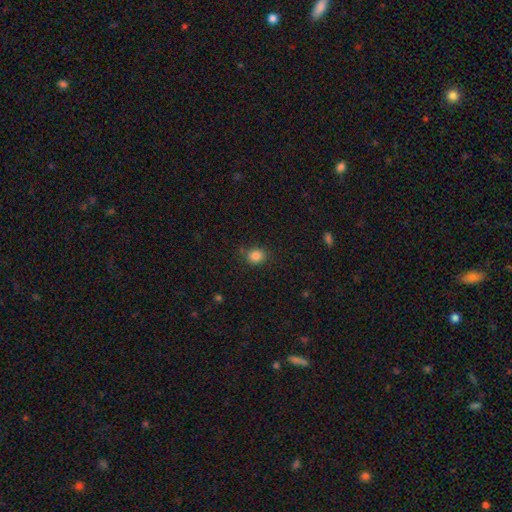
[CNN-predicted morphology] Overall: smooth (84%). How rounded: round (68%; in between 31%). Merging: none (81%).